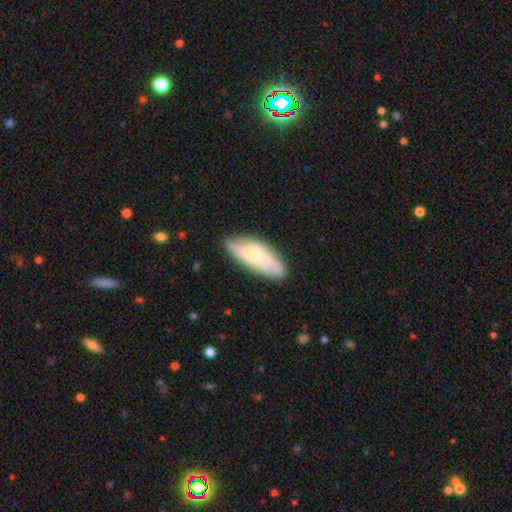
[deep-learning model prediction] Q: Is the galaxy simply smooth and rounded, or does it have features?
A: smooth — 52%.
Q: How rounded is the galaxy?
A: in between — 71%.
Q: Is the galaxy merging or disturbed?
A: none — 77%.